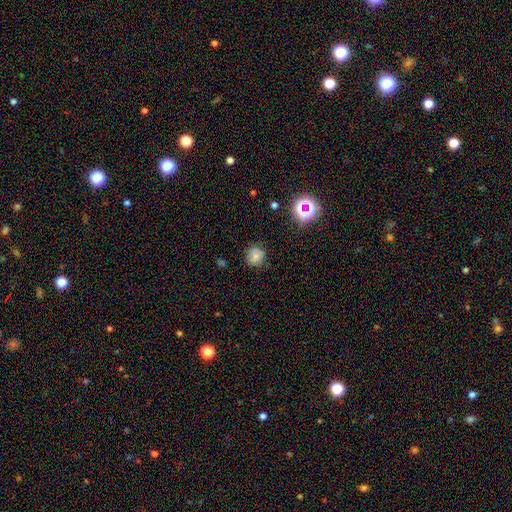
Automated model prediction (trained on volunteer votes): smooth_or_featured: smooth (p=0.75) [alt: star or artifact p=0.16]
how_rounded: round (p=0.88) [alt: in between p=0.11]
merging: none (p=0.82) [alt: minor disturbance p=0.13]